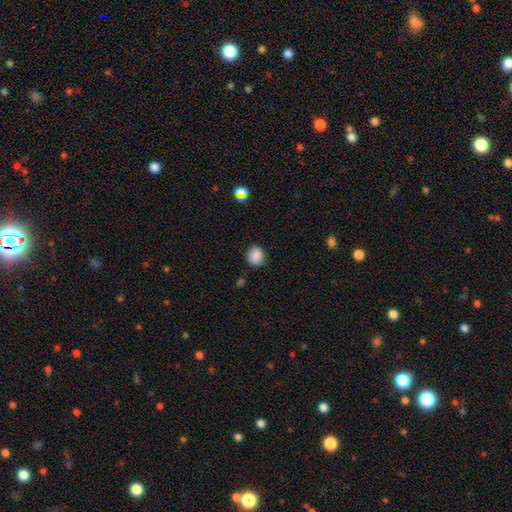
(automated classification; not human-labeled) Overall: smooth (86%). How rounded: round (66%; in between 33%). Merging: none (82%).